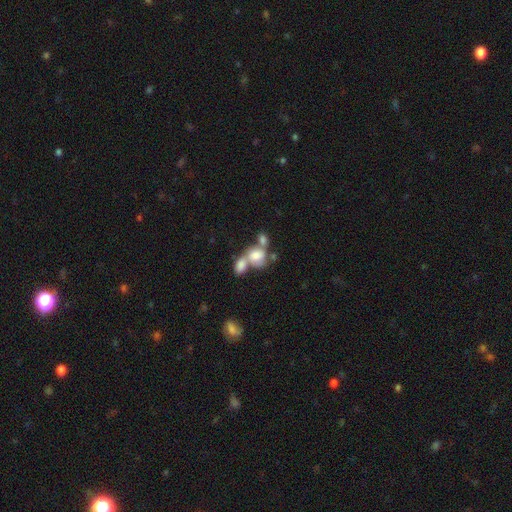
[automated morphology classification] Q: Smooth or featured?
A: smooth (69%); runner-up: featured or disk (22%)
Q: How rounded?
A: in between (61%); runner-up: round (37%)
Q: Merging?
A: merger (65%); runner-up: none (19%)